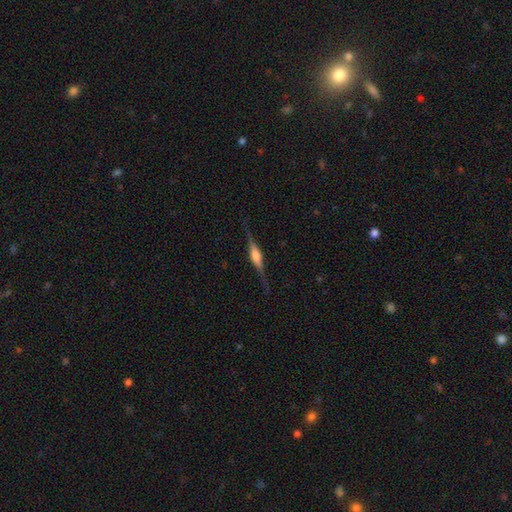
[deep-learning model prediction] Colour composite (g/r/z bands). It shows a featured or disk galaxy (78%) viewed edge-on (98%) with a rounded central bulge (75%). Merging: none (84%).